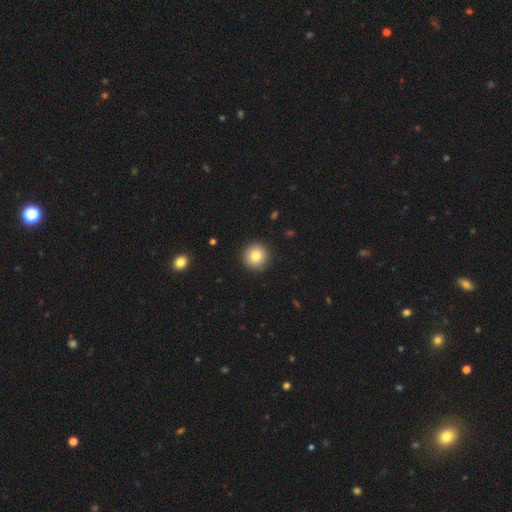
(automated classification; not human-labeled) smooth-or-featured: smooth: 83% | star or artifact: 9% | featured or disk: 9%
  how-rounded: round: 95% | in between: 4% | cigar-shaped: 1%
  merging: none: 92% | minor disturbance: 5% | major disturbance: 2% | merger: 1%